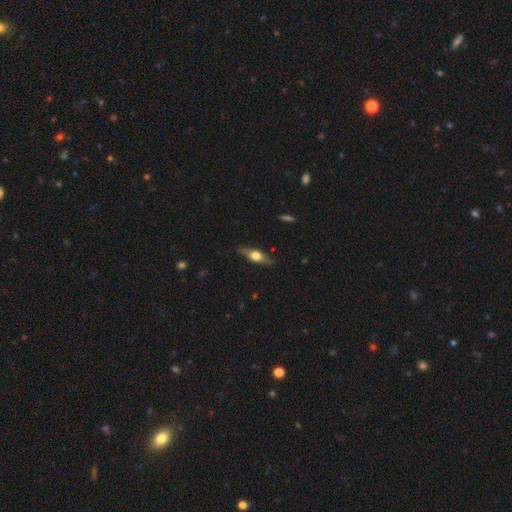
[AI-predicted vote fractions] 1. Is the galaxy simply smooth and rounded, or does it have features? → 49% smooth, 45% featured or disk, 6% star or artifact.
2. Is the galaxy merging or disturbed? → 85% none, 11% minor disturbance, 2% major disturbance, 1% merger.